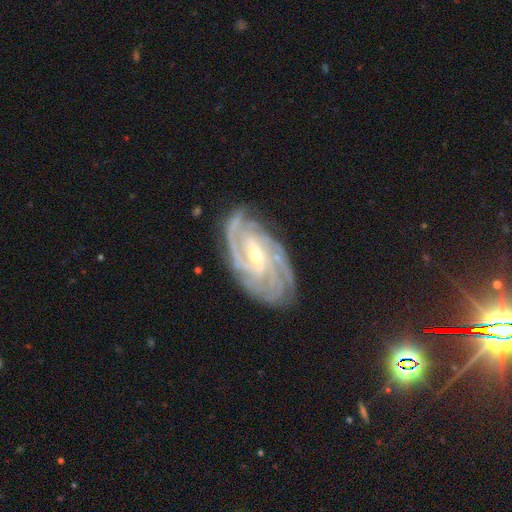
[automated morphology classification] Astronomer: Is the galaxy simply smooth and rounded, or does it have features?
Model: featured or disk — 91%.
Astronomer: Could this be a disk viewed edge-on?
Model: no — 96%.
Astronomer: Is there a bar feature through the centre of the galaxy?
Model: weak — 44% (runner-up: no, 31%).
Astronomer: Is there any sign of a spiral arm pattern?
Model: yes — 98%.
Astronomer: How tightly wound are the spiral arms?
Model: tight — 69%.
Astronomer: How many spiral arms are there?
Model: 4 — 30% (runner-up: 3, 23%).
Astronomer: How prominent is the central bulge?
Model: small — 64%.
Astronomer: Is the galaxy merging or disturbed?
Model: none — 79%.